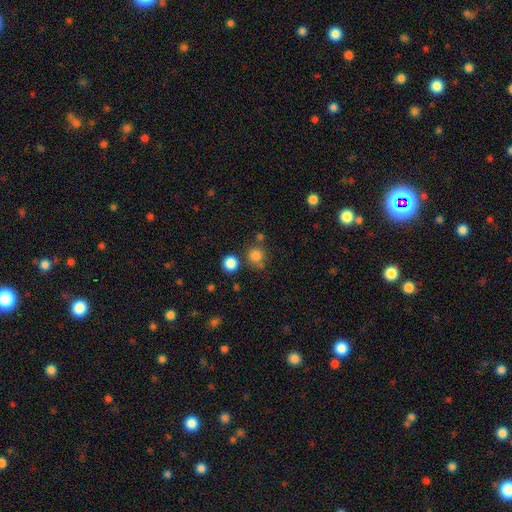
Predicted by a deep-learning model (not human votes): This is clearly a smooth galaxy (80%). How rounded: clearly round (89%). Merging: likely none (69%).